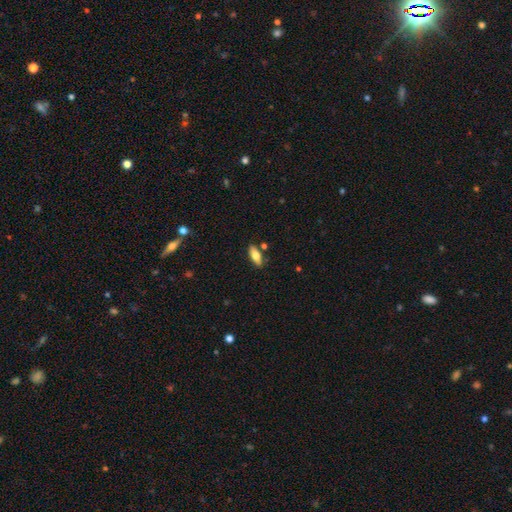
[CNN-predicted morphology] Smooth or featured? smooth (71%)
How rounded? in between (74%)
Merging? none (83%)